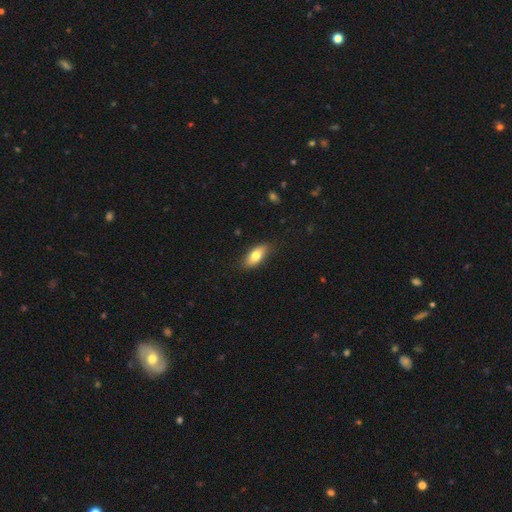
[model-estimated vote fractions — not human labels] Smooth or featured?
  - smooth: 75% *
  - featured or disk: 19%
  - star or artifact: 6%
How rounded?
  - in between: 82% *
  - cigar-shaped: 15%
  - round: 3%
Merging?
  - none: 84% *
  - minor disturbance: 13%
  - major disturbance: 2%
  - merger: 1%